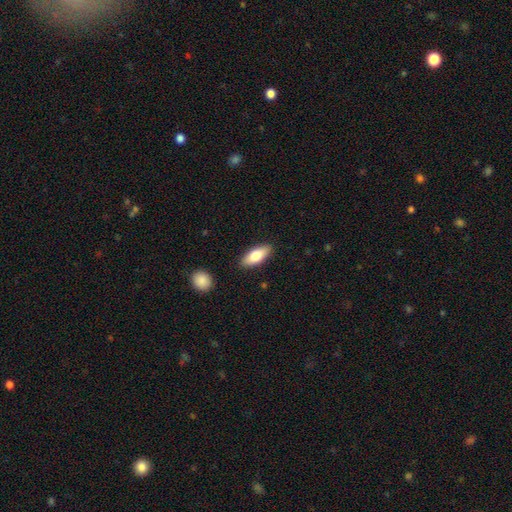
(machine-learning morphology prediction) The model was most divided on "how rounded": in between: 77%, cigar-shaped: 21%, round: 2%. More confident: merging — none (88%); smooth or featured — smooth (75%).